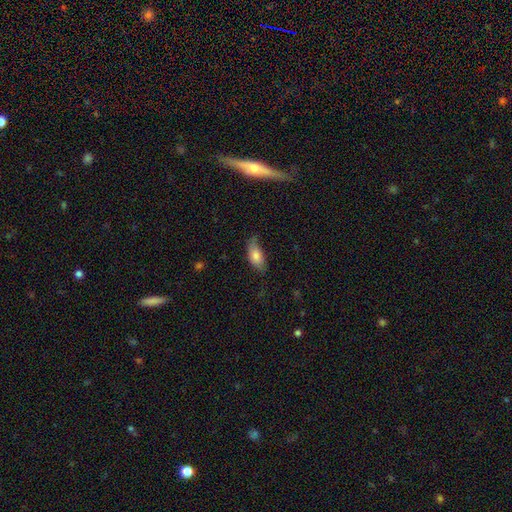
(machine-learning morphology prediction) Smooth or featured? Predicted: smooth (p=0.77). How rounded? Predicted: in between (p=0.87). Merging? Predicted: none (p=0.56).